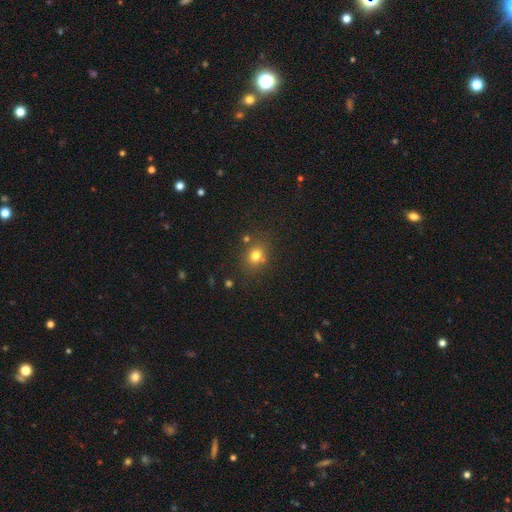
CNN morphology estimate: A smooth galaxy with no disk features (75%) that is round (69%). Merging: none (74%).